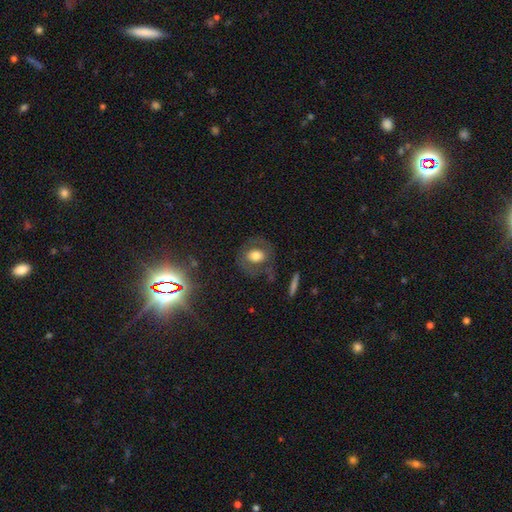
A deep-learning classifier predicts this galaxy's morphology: A smooth galaxy with no disk features (54%) that is round (55%). Merging: none (73%).